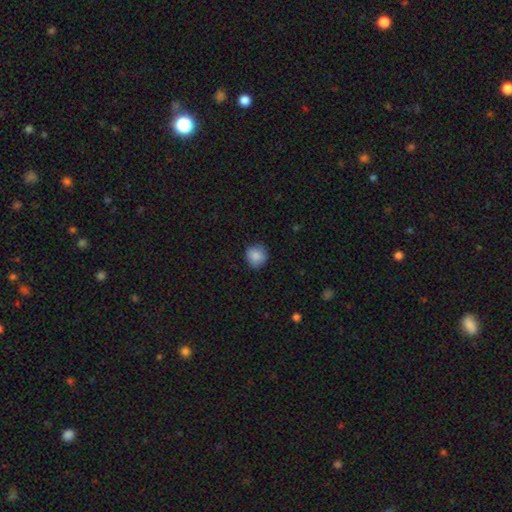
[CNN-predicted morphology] smooth-or-featured: smooth: 87% | star or artifact: 8% | featured or disk: 5%
  how-rounded: round: 90% | in between: 9% | cigar-shaped: 1%
  merging: none: 85% | minor disturbance: 12% | major disturbance: 2% | merger: 1%